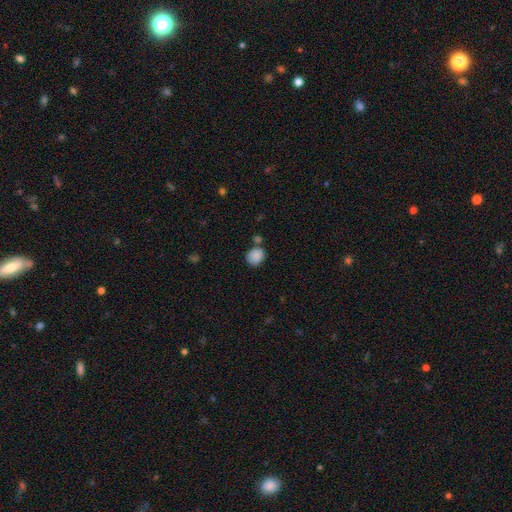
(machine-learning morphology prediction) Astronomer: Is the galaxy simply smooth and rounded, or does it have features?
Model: smooth — 87%.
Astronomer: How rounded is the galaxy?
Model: round — 67%.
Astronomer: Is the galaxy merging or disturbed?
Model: none — 66%.